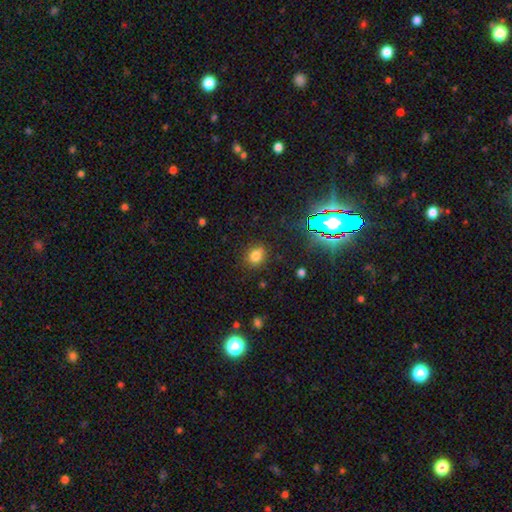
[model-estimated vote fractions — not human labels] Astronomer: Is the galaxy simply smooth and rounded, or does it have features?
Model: smooth — 77%.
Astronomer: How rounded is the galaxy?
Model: round — 63%.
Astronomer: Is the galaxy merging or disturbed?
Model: none — 83%.